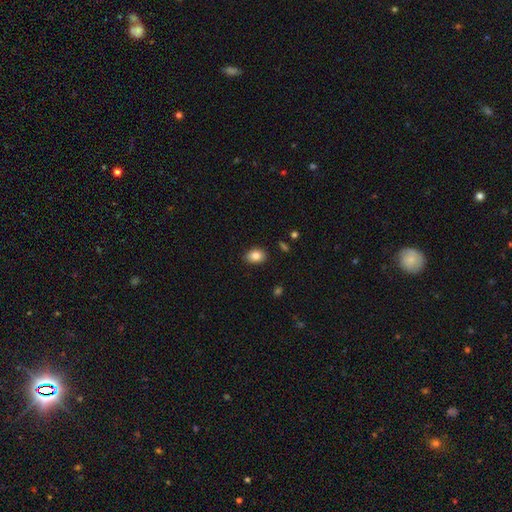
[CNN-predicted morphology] Smooth or featured?
  - smooth: 85% *
  - star or artifact: 8%
  - featured or disk: 7%
How rounded?
  - in between: 73% *
  - round: 26%
  - cigar-shaped: 1%
Merging?
  - none: 88% *
  - minor disturbance: 9%
  - major disturbance: 2%
  - merger: 1%